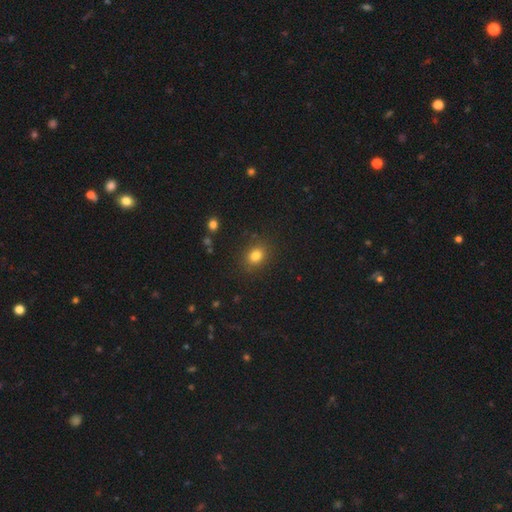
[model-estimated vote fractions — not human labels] smooth_or_featured: smooth (p=0.81) [alt: star or artifact p=0.13]
how_rounded: round (p=0.53) [alt: in between p=0.46]
merging: none (p=0.86) [alt: minor disturbance p=0.10]